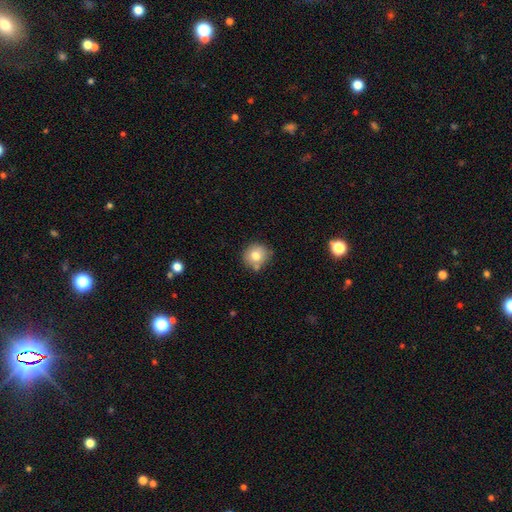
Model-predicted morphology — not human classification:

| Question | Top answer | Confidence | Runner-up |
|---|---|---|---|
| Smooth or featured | smooth | 76% | featured or disk (14%) |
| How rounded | round | 88% | in between (11%) |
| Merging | none | 69% | minor disturbance (17%) |